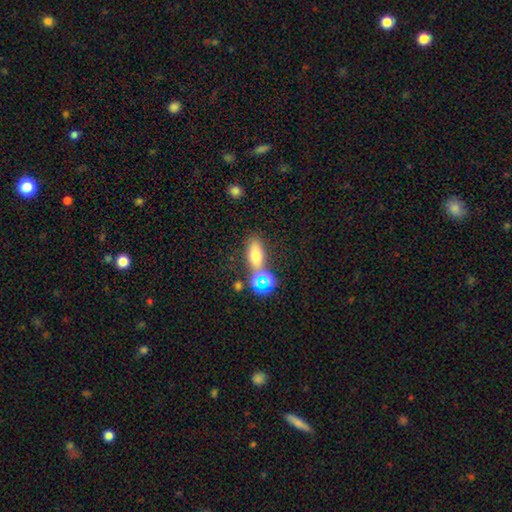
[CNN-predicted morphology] Smooth or featured: smooth — 67% (star or artifact — 19%)
How rounded: in between — 73% (cigar-shaped — 15%)
Merging: none — 66% (merger — 16%)